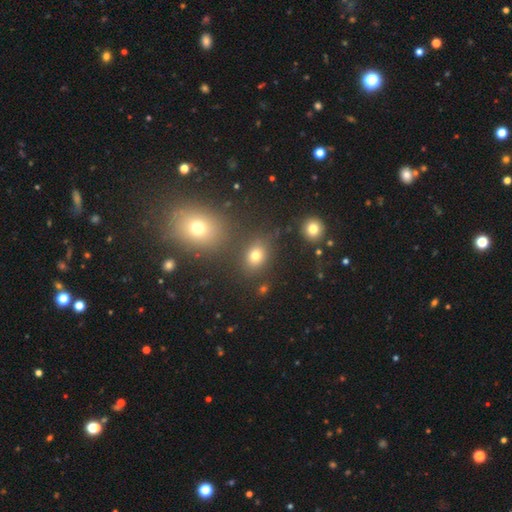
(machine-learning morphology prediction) A smooth galaxy with no disk features (73%) that is round (50%).

Vote fractions:
- Smooth or featured? smooth: 73% / star or artifact: 18% / featured or disk: 9%
- How rounded? round: 50% / in between: 49% / cigar-shaped: 1%
- Merging? none: 77% / minor disturbance: 10% / merger: 8% / major disturbance: 4%